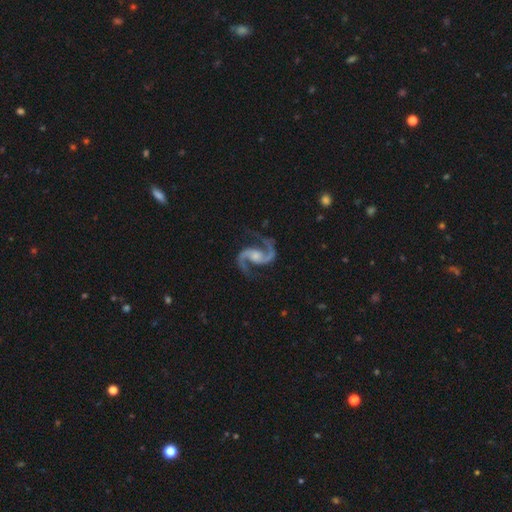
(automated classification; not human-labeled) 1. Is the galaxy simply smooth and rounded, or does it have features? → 94% featured or disk, 4% star or artifact, 2% smooth.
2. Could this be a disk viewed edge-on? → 98% no, 2% yes.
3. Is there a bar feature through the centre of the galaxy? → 52% no, 35% weak, 13% strong.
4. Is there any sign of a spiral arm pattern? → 99% yes, 1% no.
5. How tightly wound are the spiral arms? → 62% medium, 29% loose, 9% tight.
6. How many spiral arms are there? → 95% 2, 1% 3, 1% 1, 1% can't tell, 1% 4, 1% more than 4.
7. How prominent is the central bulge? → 39% moderate, 37% small, 15% none, 7% large, 2% dominant.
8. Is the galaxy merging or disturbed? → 80% none, 13% minor disturbance, 6% major disturbance, 2% merger.